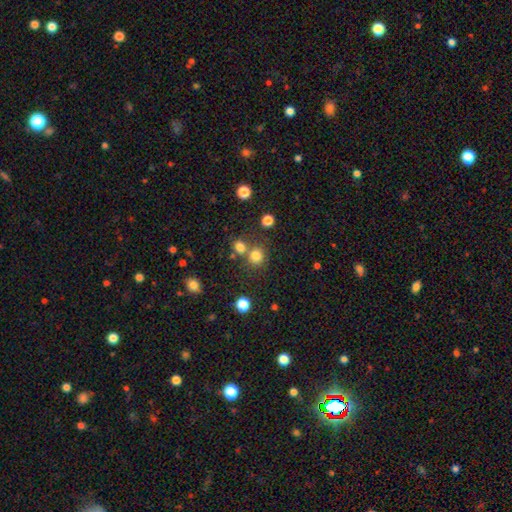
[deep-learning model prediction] Morphology: type=smooth (79%); roundness=round (84%); merging=none (63%).